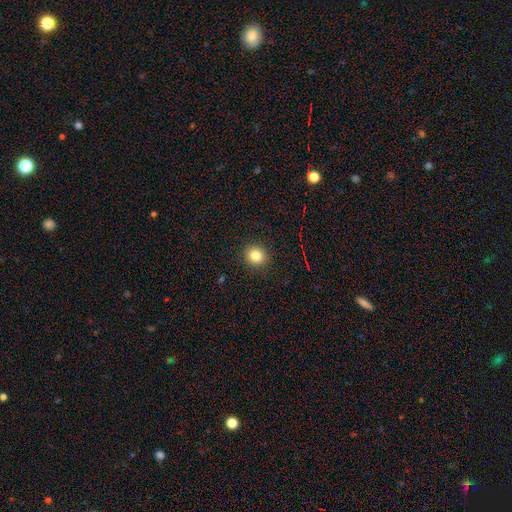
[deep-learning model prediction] A smooth galaxy with no disk features (83%) that is round (86%).

Vote fractions:
- Smooth or featured? smooth: 83% / star or artifact: 11% / featured or disk: 6%
- How rounded? round: 86% / in between: 13% / cigar-shaped: 1%
- Merging? none: 91% / minor disturbance: 6% / major disturbance: 2% / merger: 1%